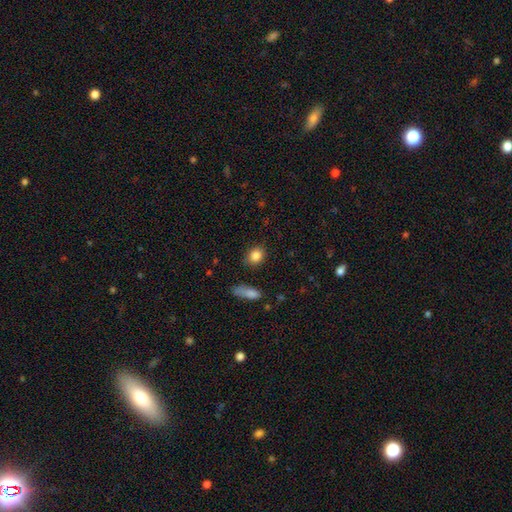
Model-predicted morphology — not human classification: The model was most divided on "how rounded": round: 52%, in between: 45%, cigar-shaped: 2%. More confident: smooth or featured — smooth (85%); merging — none (82%).